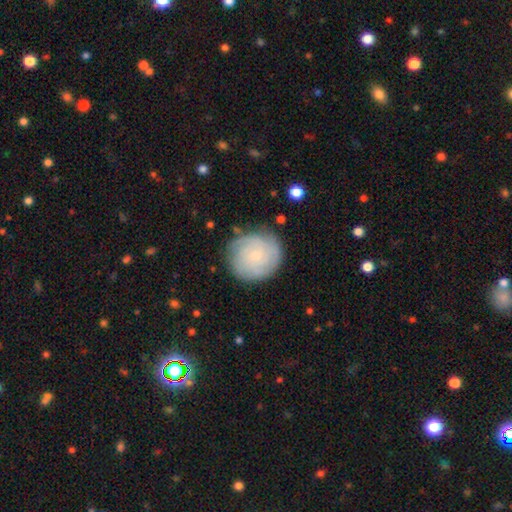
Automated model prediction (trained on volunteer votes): A featured or disk galaxy (59%) with no bar (83%), spiral arms (87%) and a small central bulge (81%). Merging: none (79%).